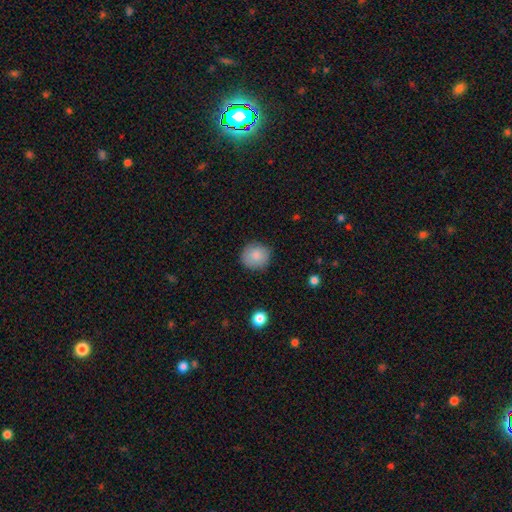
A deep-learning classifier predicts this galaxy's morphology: This is clearly a smooth galaxy (85%). How rounded: clearly round (87%). Merging: clearly none (84%).